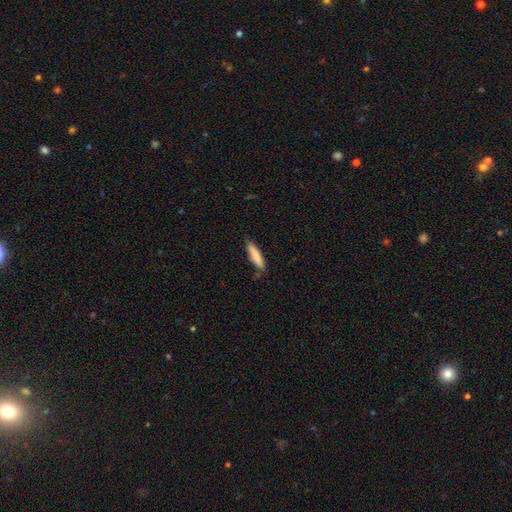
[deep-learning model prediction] The model was most divided on "how rounded": cigar-shaped: 79%, in between: 20%, round: 1%. More confident: smooth or featured — smooth (82%); merging — none (81%).